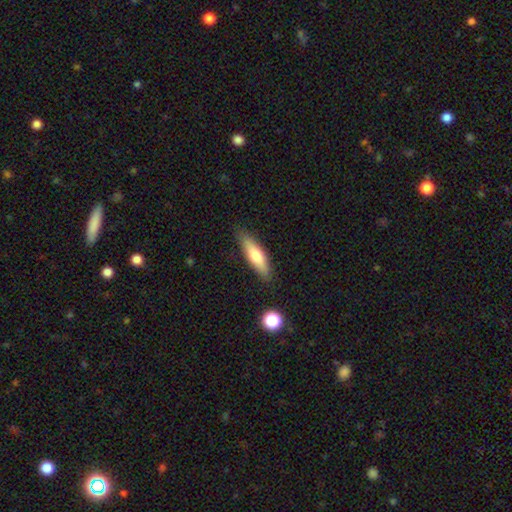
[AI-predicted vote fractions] Smooth or featured? smooth (67%)
How rounded? cigar-shaped (63%)
Merging? none (84%)